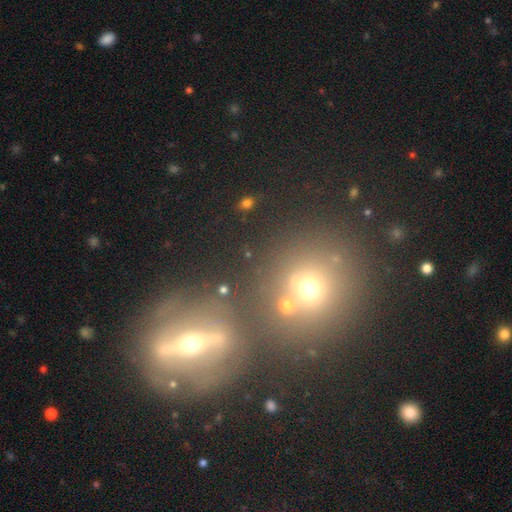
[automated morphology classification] A smooth galaxy with no disk features (35%, tied with featured or disk).

Vote fractions:
- Smooth or featured? smooth: 35% (tied) / featured or disk: 35% (tied) / star or artifact: 30%
- Merging? none: 58% / merger: 29% / minor disturbance: 8% / major disturbance: 4%